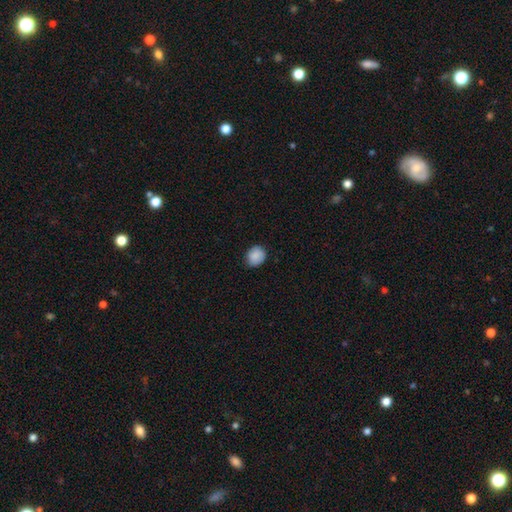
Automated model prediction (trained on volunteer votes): Smooth or featured? smooth (88%)
How rounded? round (69%)
Merging? none (83%)